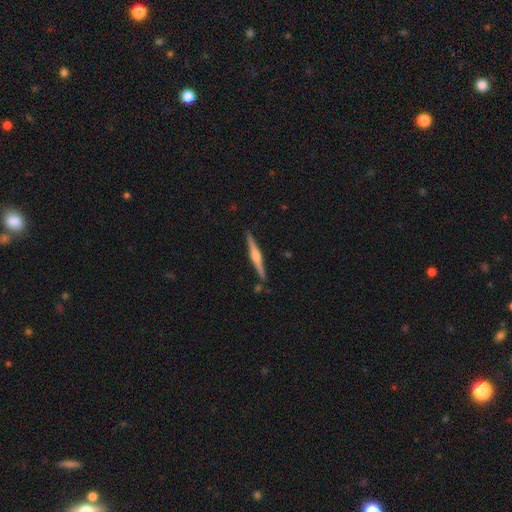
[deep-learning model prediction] This is likely a featured or disk galaxy (70%). It is clearly viewed edge-on (98%). Edge-on bulge: clearly rounded (81%). Merging: clearly none (89%).